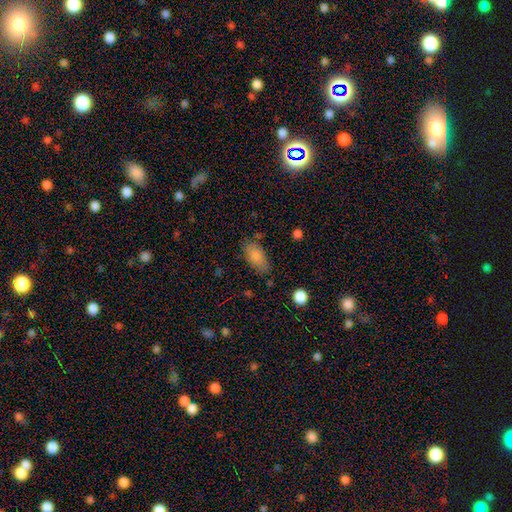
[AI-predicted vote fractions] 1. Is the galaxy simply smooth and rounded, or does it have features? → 83% smooth, 9% featured or disk, 8% star or artifact.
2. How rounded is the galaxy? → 90% in between, 7% cigar-shaped, 4% round.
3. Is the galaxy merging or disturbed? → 71% none, 20% minor disturbance, 5% major disturbance, 4% merger.